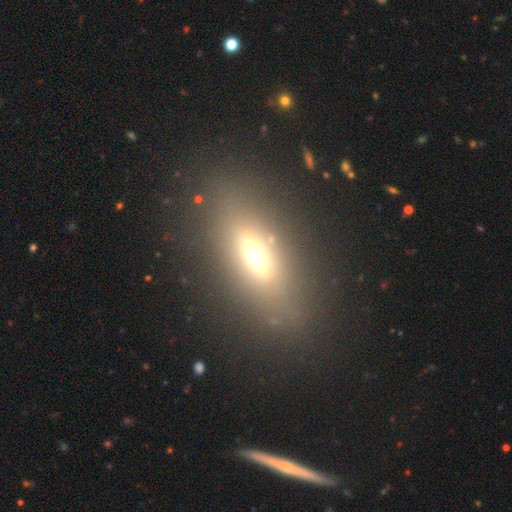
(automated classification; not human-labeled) featured or disk 42%, smooth 41%, star or artifact 17%. Down the decision tree: merging — none (77%).